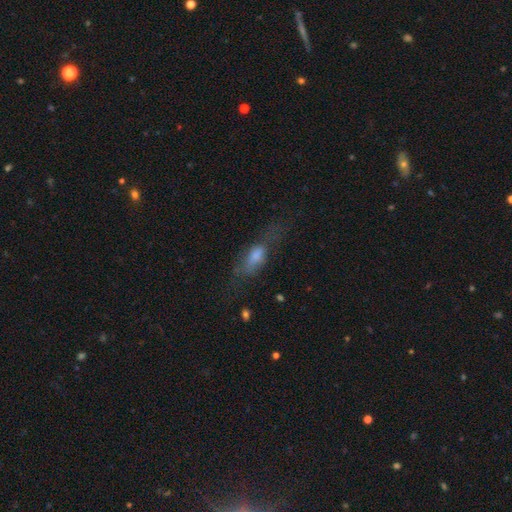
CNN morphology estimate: Smooth or featured? smooth (50%)
How rounded? in between (51%)
Merging? none (51%)